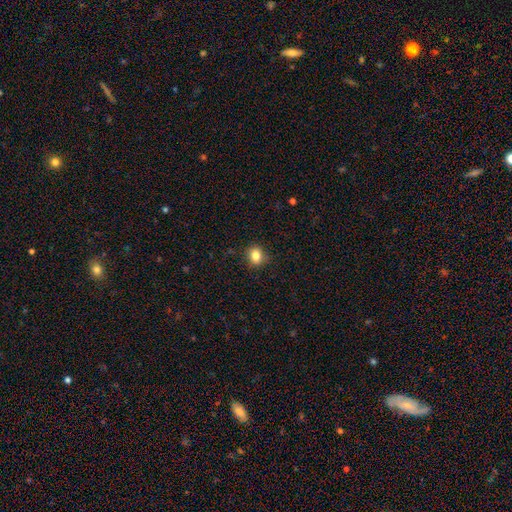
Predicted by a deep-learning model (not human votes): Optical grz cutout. It shows a smooth galaxy with no disk features (83%) that is round (64%). Merging: none (87%).